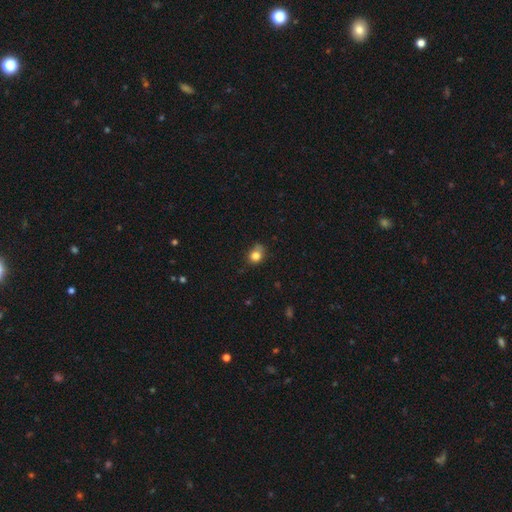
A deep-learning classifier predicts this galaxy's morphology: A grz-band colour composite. It shows a smooth galaxy with no disk features (80%) that is round (59%). Merging: none (57%).